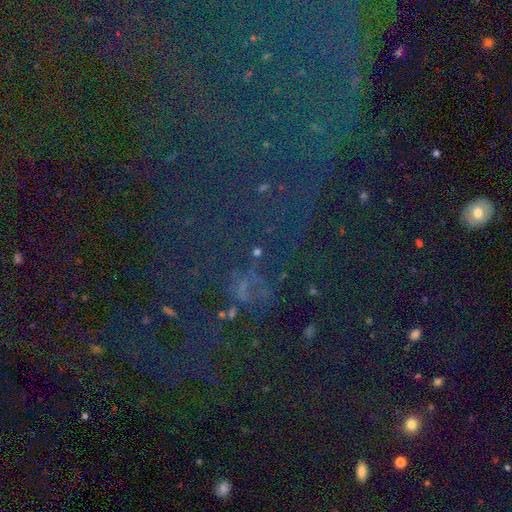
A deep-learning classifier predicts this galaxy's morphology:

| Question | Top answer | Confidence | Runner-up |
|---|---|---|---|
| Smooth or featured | star or artifact | 76% | smooth (13%) |